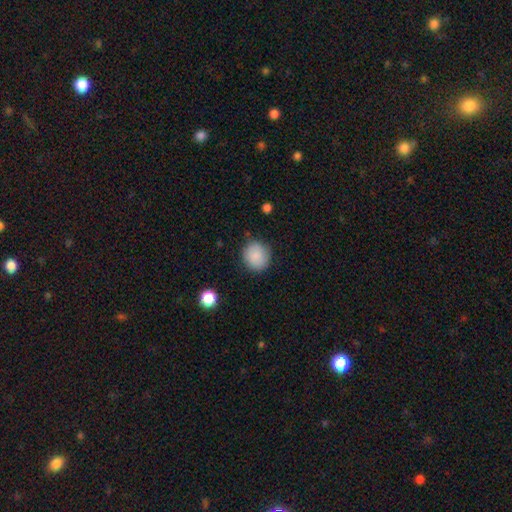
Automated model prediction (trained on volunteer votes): Morphology: type=smooth (88%); roundness=round (86%); merging=none (85%).